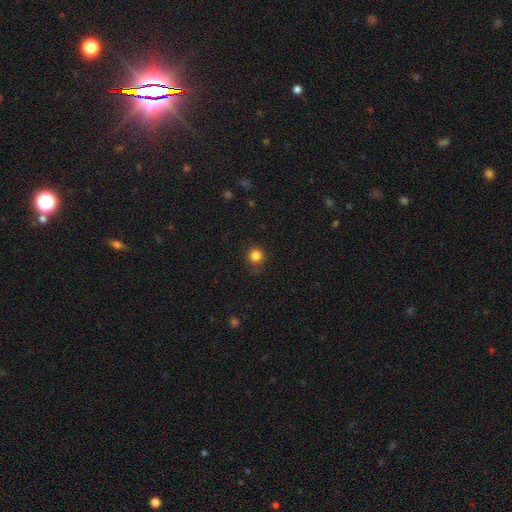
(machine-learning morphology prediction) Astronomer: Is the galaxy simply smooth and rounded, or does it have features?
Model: smooth — 84%.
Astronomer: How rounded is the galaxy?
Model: round — 92%.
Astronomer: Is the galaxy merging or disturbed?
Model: none — 80%.